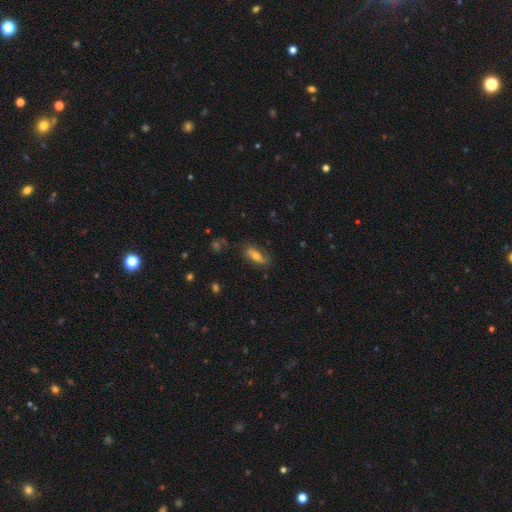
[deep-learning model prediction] This appears to be a smooth galaxy with no disk features (60%) that is in between round and cigar-shaped (71%). Merging: none (66%).